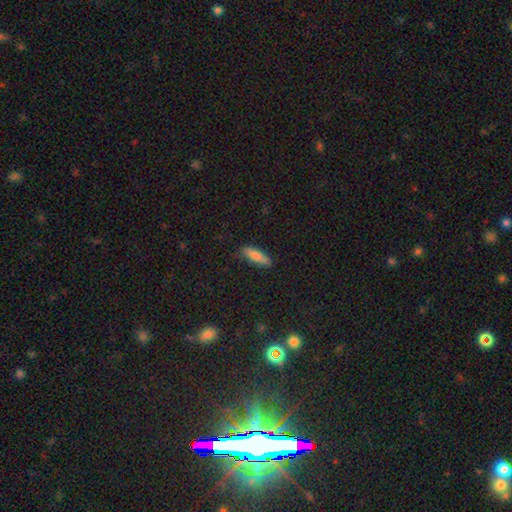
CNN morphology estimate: Smooth or featured?
  - smooth: 84% *
  - featured or disk: 10%
  - star or artifact: 7%
How rounded?
  - cigar-shaped: 57% *
  - in between: 41%
  - round: 2%
Merging?
  - none: 83% *
  - minor disturbance: 13%
  - major disturbance: 3%
  - merger: 1%